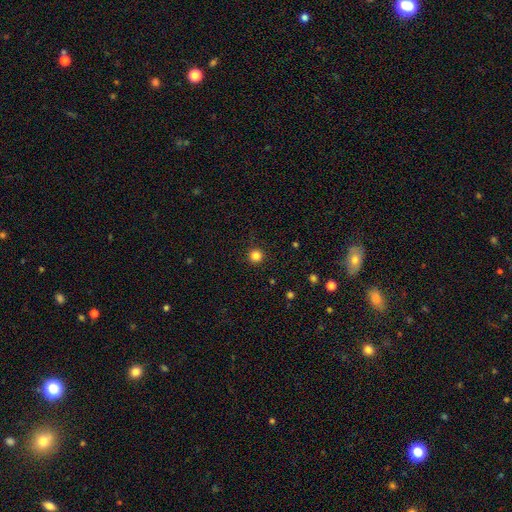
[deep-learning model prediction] Q: Smooth or featured?
A: smooth (84%); runner-up: star or artifact (13%)
Q: How rounded?
A: round (96%); runner-up: in between (3%)
Q: Merging?
A: none (91%); runner-up: minor disturbance (6%)